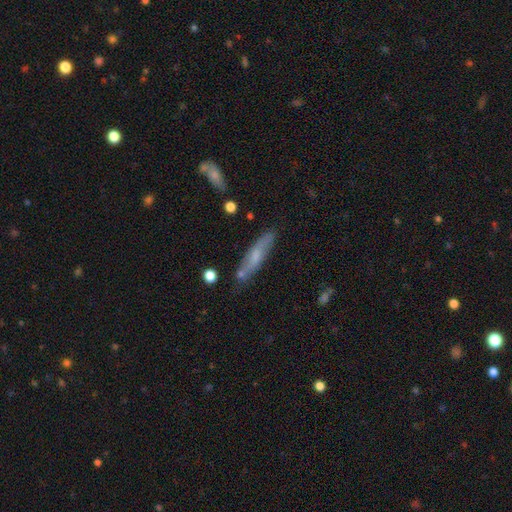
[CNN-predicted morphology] Smooth or featured: smooth — 56% (featured or disk — 37%)
How rounded: cigar-shaped — 83% (in between — 15%)
Merging: none — 77% (minor disturbance — 15%)